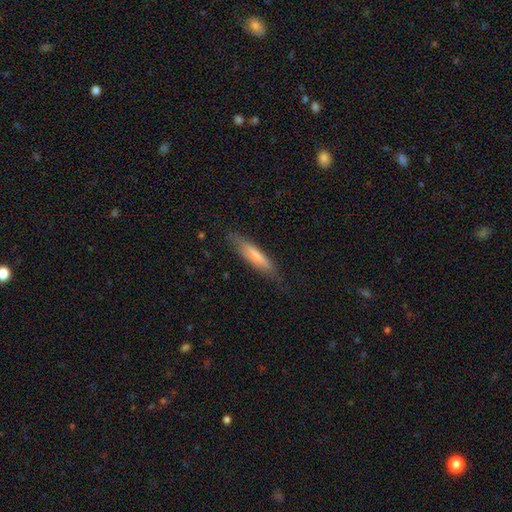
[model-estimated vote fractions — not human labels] This appears to be a smooth galaxy with no disk features (65%) that is cigar-shaped (82%). Merging: none (75%).